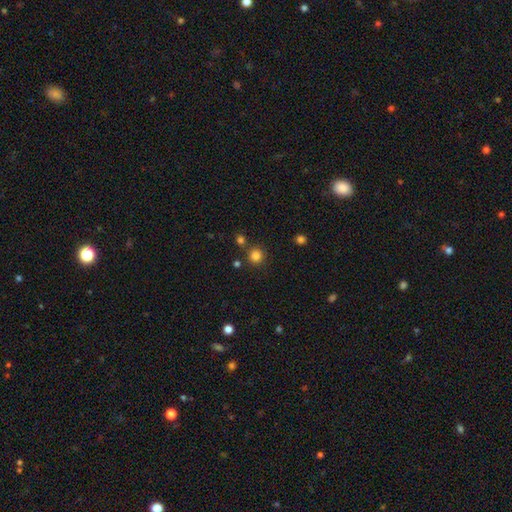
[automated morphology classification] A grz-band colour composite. It shows a smooth galaxy with no disk features (82%) that is round (93%). Merging: none (82%).